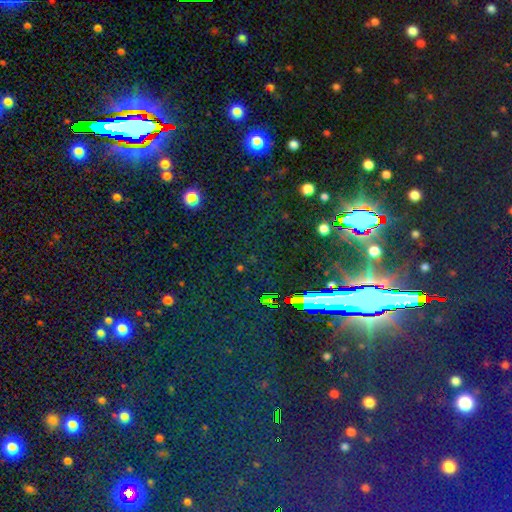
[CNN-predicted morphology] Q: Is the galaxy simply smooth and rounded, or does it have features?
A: star or artifact — 79%.